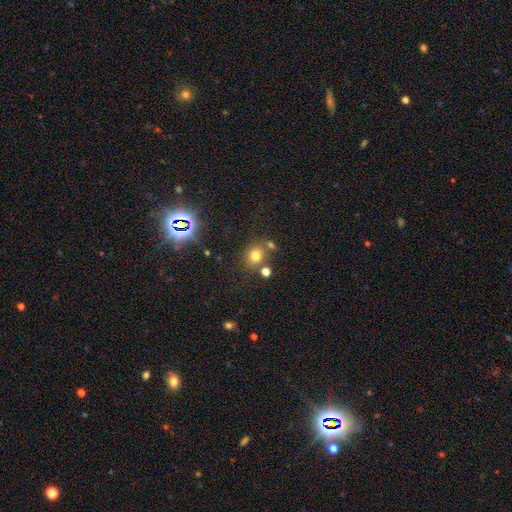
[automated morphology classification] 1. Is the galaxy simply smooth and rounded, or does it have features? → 71% smooth, 20% star or artifact, 9% featured or disk.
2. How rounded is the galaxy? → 74% round, 25% in between, 1% cigar-shaped.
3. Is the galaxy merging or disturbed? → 66% none, 16% merger, 12% minor disturbance, 5% major disturbance.